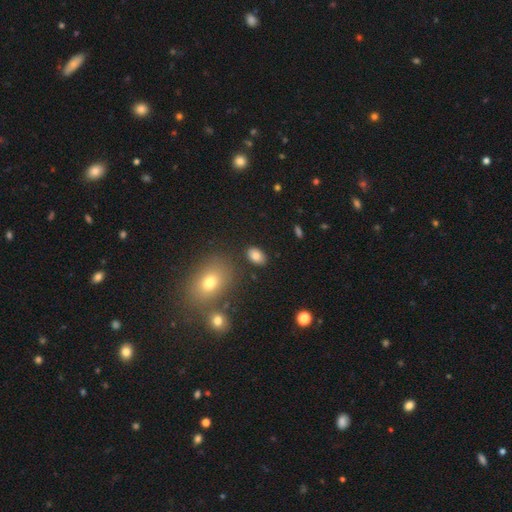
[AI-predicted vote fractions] Smooth or featured: smooth — 83% (star or artifact — 10%)
How rounded: in between — 88% (round — 10%)
Merging: none — 85% (minor disturbance — 9%)